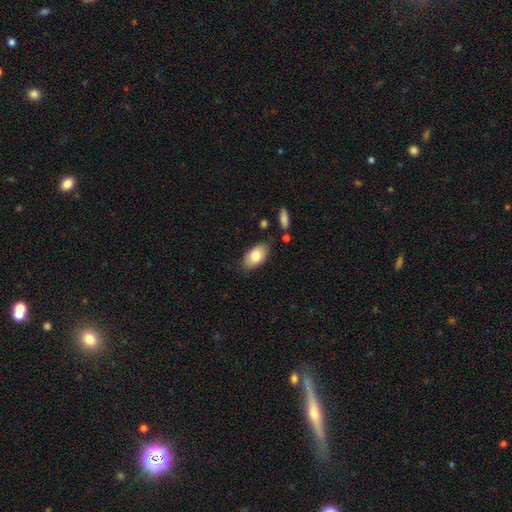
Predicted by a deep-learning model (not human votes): This is clearly a smooth galaxy (81%). How rounded: clearly in between (93%). Merging: likely none (79%).